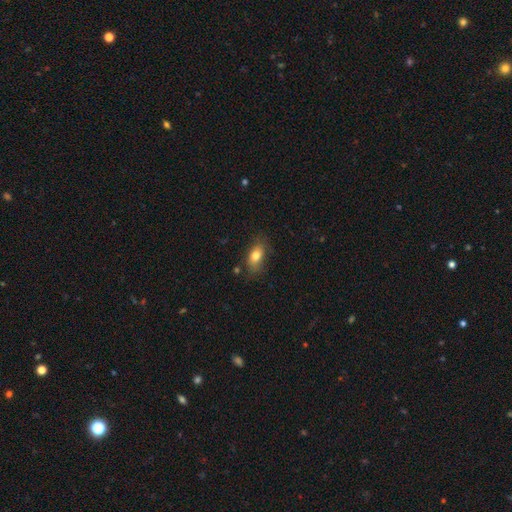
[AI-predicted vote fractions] Morphology: type=smooth (79%); roundness=in between (85%); merging=none (74%).